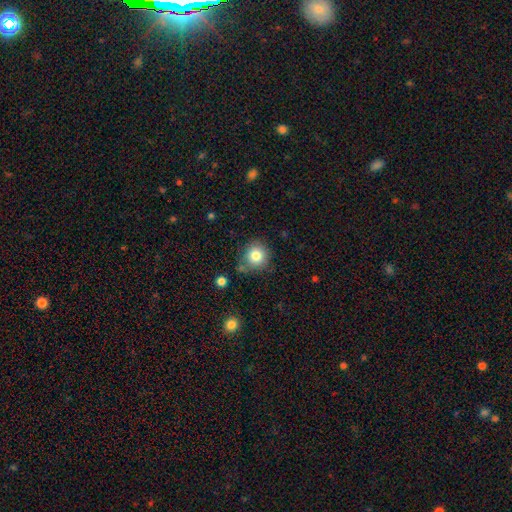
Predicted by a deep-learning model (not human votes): smooth 82%, star or artifact 10%, featured or disk 8%. Down the decision tree: how rounded — round (89%); merging — none (72%).